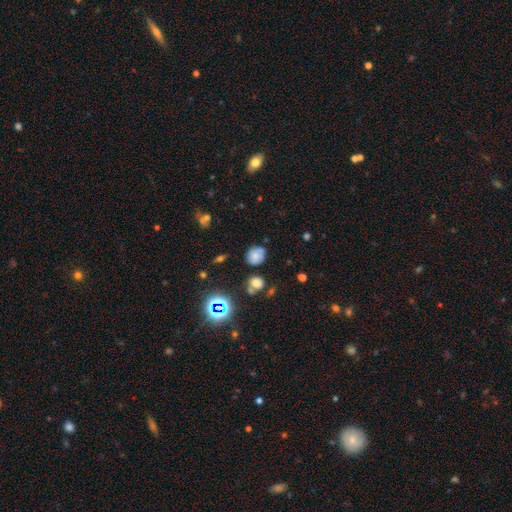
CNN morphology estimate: A smooth galaxy with no disk features (64%) that is round (73%).

Vote fractions:
- Smooth or featured? smooth: 64% / star or artifact: 19% / featured or disk: 17%
- How rounded? round: 73% / in between: 26% / cigar-shaped: 1%
- Merging? none: 64% / minor disturbance: 22% / merger: 8% / major disturbance: 6%